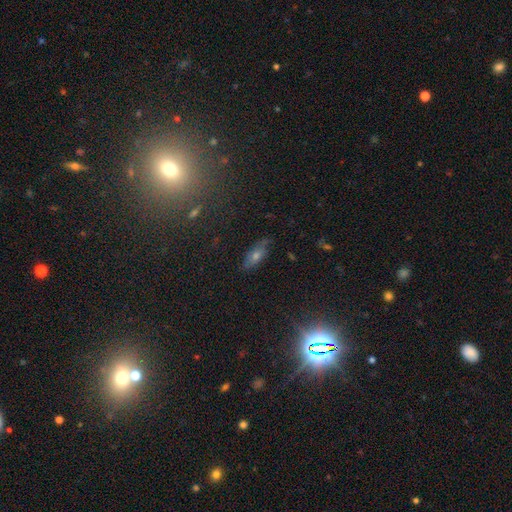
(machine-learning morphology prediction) type=smooth (37%); merging=none (78%).